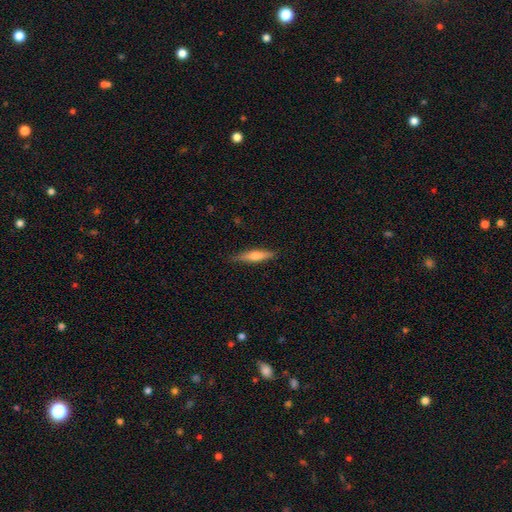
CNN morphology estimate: smooth-or-featured: smooth: 51% | featured or disk: 43% | star or artifact: 6%
  how-rounded: cigar-shaped: 83% | in between: 16% | round: 2%
  merging: none: 86% | minor disturbance: 10% | major disturbance: 2% | merger: 1%